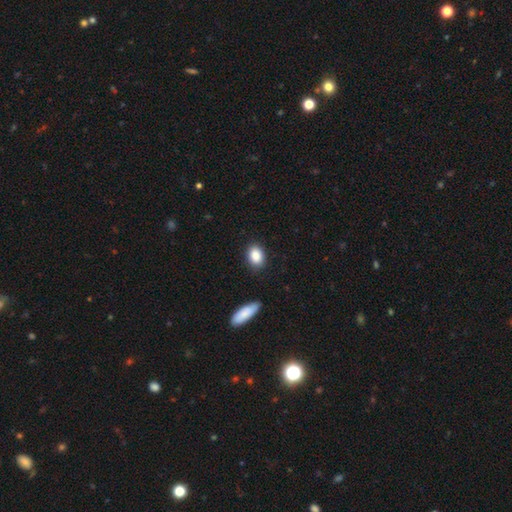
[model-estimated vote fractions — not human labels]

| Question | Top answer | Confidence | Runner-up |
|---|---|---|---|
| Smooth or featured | smooth | 89% | star or artifact (7%) |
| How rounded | in between | 77% | round (21%) |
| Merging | none | 85% | minor disturbance (10%) |